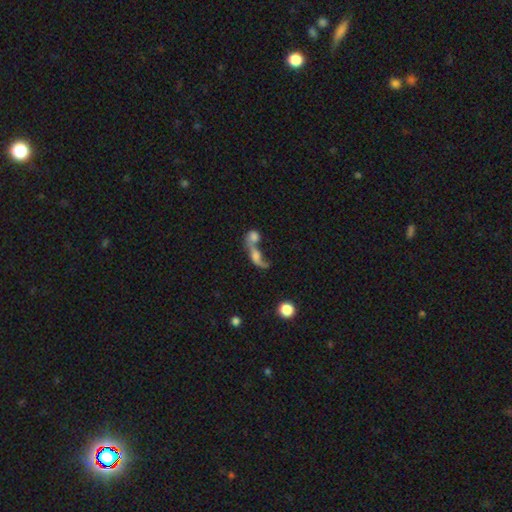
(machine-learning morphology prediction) type=smooth (45%); merging=merger (67%).